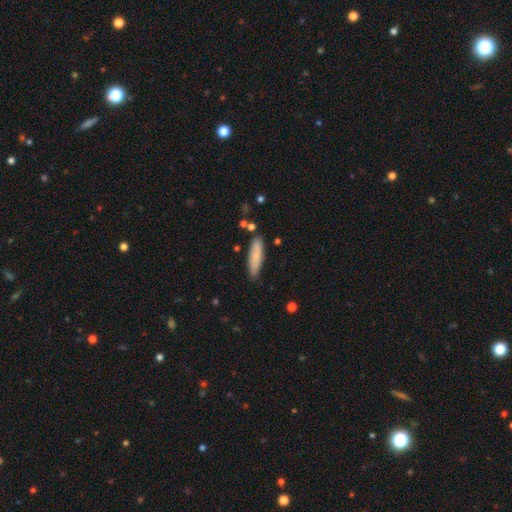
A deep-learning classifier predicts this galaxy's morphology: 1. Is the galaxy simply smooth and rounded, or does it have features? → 73% smooth, 21% featured or disk, 6% star or artifact.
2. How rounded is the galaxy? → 66% cigar-shaped, 32% in between, 2% round.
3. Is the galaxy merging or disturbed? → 79% none, 15% minor disturbance, 3% merger, 3% major disturbance.